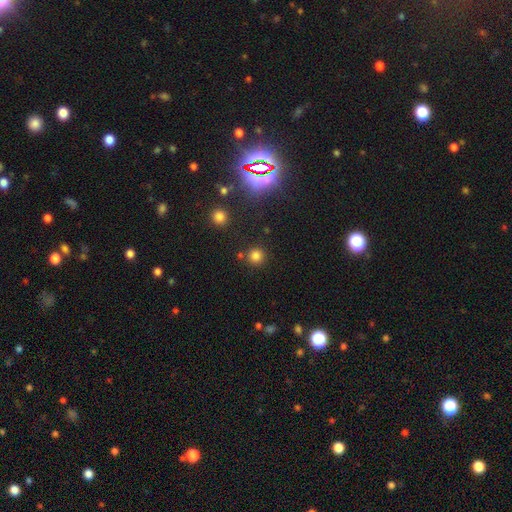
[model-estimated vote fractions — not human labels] Smooth or featured? Predicted: smooth (p=0.79). How rounded? Predicted: round (p=0.92). Merging? Predicted: none (p=0.84).